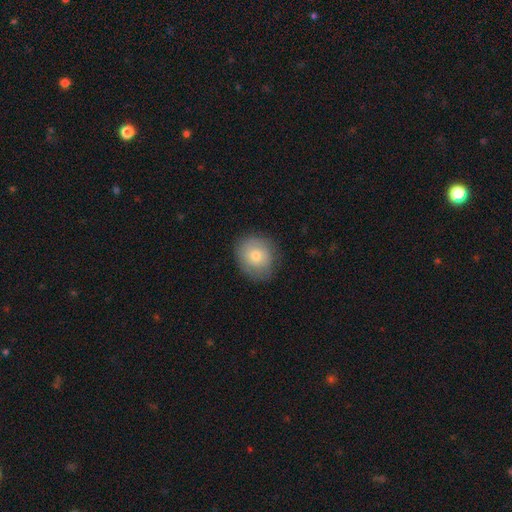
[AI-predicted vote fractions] A smooth galaxy with no disk features (72%) that is round (78%). Merging: none (77%).